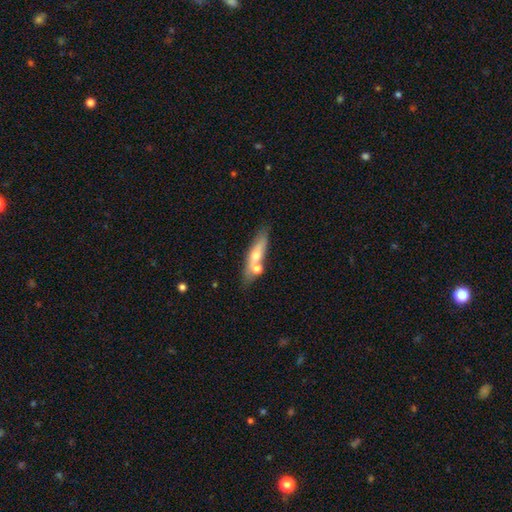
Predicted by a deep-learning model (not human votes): The model was most divided on "smooth or featured": smooth: 50%, featured or disk: 42%, star or artifact: 7%. More confident: how rounded — cigar-shaped (56%); merging — none (53%).